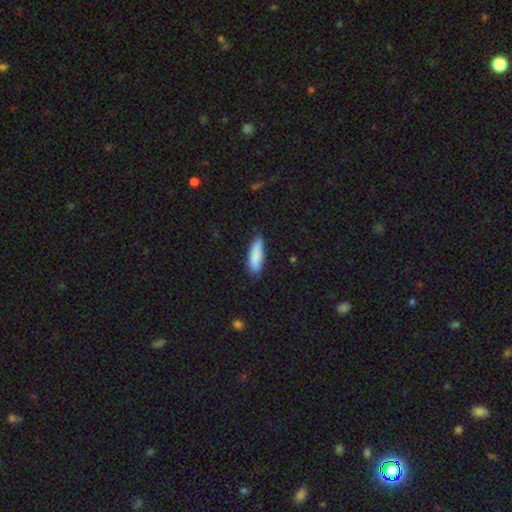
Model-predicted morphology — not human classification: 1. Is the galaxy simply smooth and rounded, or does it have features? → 84% smooth, 10% featured or disk, 6% star or artifact.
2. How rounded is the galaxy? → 54% cigar-shaped, 44% in between, 2% round.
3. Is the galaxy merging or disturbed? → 69% none, 25% minor disturbance, 4% major disturbance, 2% merger.